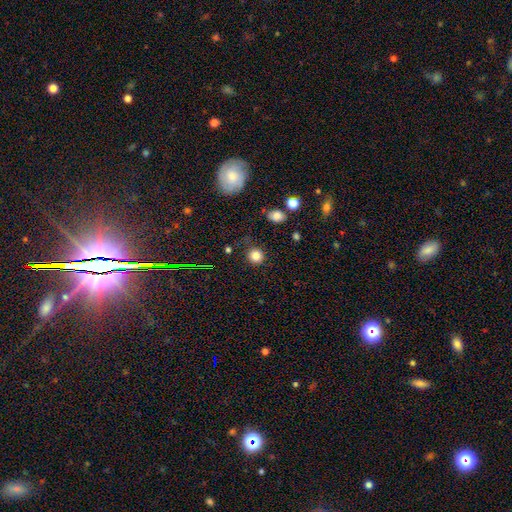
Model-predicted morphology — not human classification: Smooth or featured?
  - smooth: 82% *
  - star or artifact: 12%
  - featured or disk: 5%
How rounded?
  - round: 91% *
  - in between: 8%
  - cigar-shaped: 1%
Merging?
  - none: 85% *
  - minor disturbance: 10%
  - major disturbance: 4%
  - merger: 2%